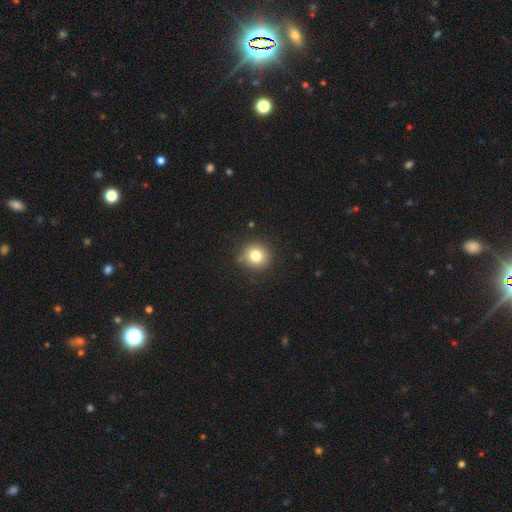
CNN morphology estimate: Smooth or featured: smooth — 80% (star or artifact — 12%)
How rounded: round — 91% (in between — 8%)
Merging: none — 88% (minor disturbance — 8%)